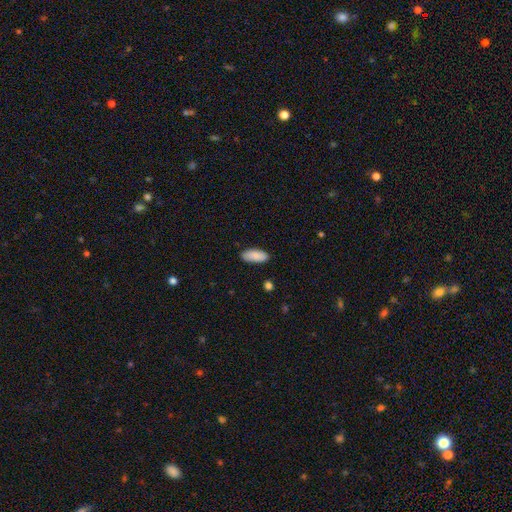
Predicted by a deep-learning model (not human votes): smooth_or_featured: smooth (p=0.89) [alt: star or artifact p=0.06]
how_rounded: in between (p=0.86) [alt: cigar-shaped p=0.13]
merging: none (p=0.87) [alt: minor disturbance p=0.10]